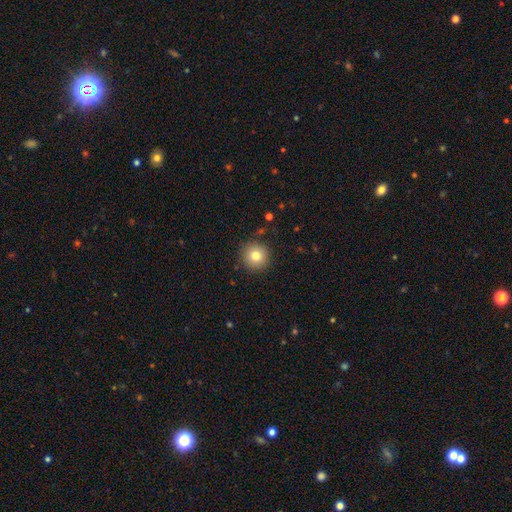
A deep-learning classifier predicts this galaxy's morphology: This is likely a smooth galaxy (79%). How rounded: clearly round (95%). Merging: clearly none (89%).